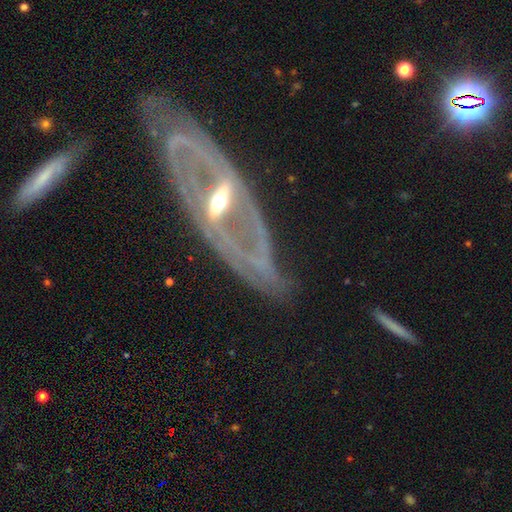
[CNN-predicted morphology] This appears to be a featured or disk galaxy (87%) with a strong bar (53%), 2 (50%) tight (49%) spiral arms (79%) and a moderate central bulge (56%). Merging: none (74%).